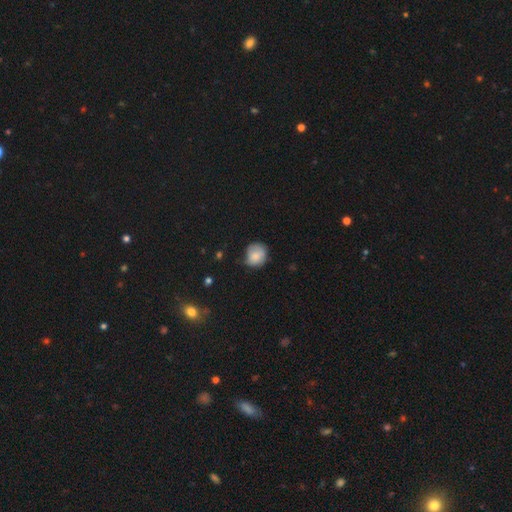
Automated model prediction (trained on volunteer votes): A smooth galaxy with no disk features (80%) that is round (77%).

Vote fractions:
- Smooth or featured? smooth: 80% / featured or disk: 13% / star or artifact: 8%
- How rounded? round: 77% / in between: 22% / cigar-shaped: 1%
- Merging? none: 61% / minor disturbance: 30% / major disturbance: 7% / merger: 2%